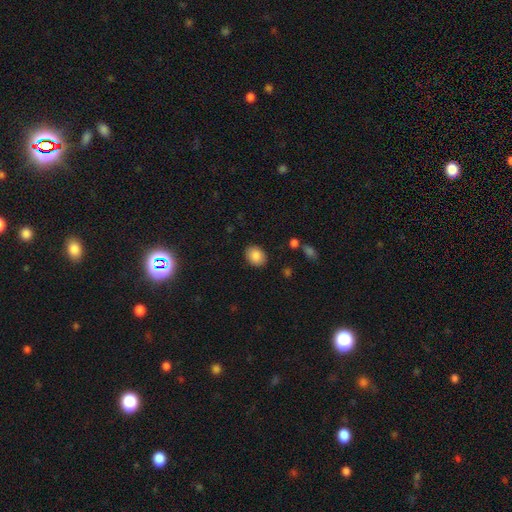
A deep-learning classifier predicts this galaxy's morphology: Q: Smooth or featured?
A: smooth (87%); runner-up: star or artifact (8%)
Q: How rounded?
A: in between (57%); runner-up: round (42%)
Q: Merging?
A: none (87%); runner-up: minor disturbance (9%)